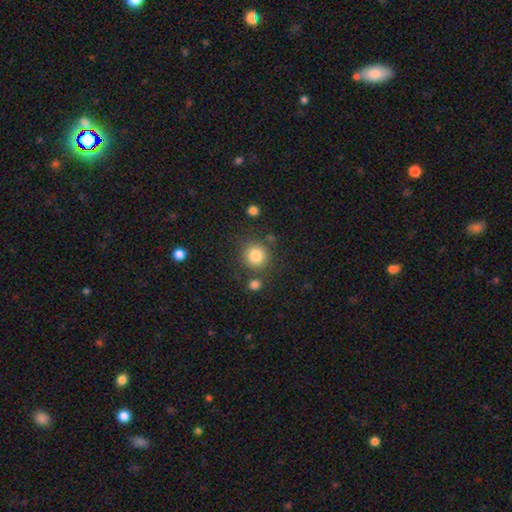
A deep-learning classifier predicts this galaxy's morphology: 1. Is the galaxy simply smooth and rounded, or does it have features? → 84% smooth, 11% star or artifact, 6% featured or disk.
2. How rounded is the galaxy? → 91% round, 8% in between, 1% cigar-shaped.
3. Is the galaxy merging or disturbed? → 79% none, 9% minor disturbance, 8% merger, 4% major disturbance.